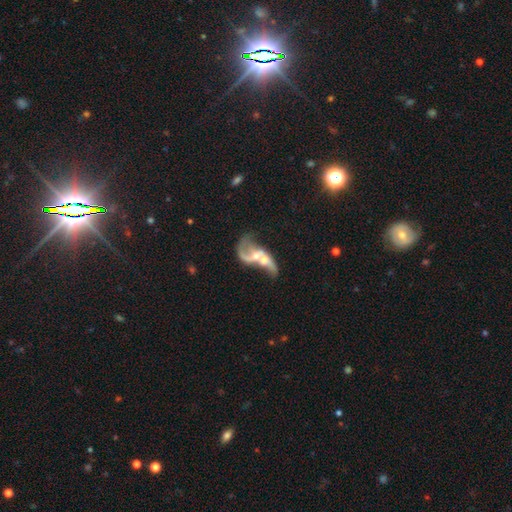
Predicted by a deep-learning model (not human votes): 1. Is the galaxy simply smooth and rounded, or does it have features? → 72% featured or disk, 21% smooth, 7% star or artifact.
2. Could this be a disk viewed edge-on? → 95% no, 5% yes.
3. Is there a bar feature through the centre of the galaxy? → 62% no, 29% weak, 9% strong.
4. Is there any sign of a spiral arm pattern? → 70% yes, 30% no.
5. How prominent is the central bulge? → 48% moderate, 32% small, 13% none, 6% large, 2% dominant.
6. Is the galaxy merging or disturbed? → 67% merger, 14% major disturbance, 13% none, 6% minor disturbance.